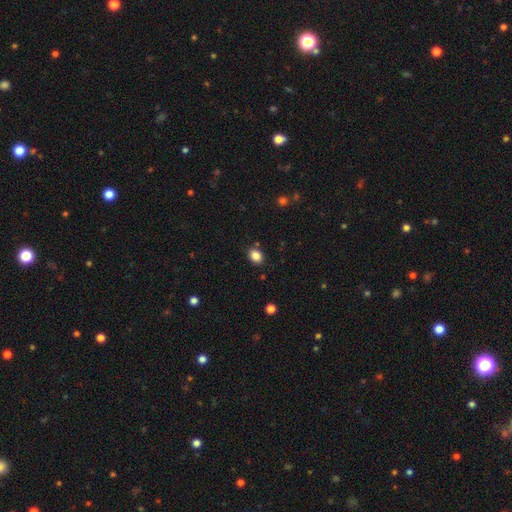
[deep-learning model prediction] This appears to be a smooth galaxy with no disk features (86%) that is in between round and cigar-shaped (62%). Merging: none (85%).